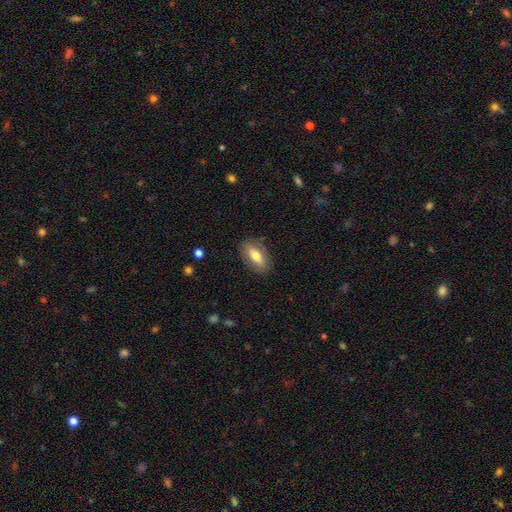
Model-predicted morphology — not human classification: Smooth or featured? smooth (69%)
How rounded? in between (81%)
Merging? none (82%)